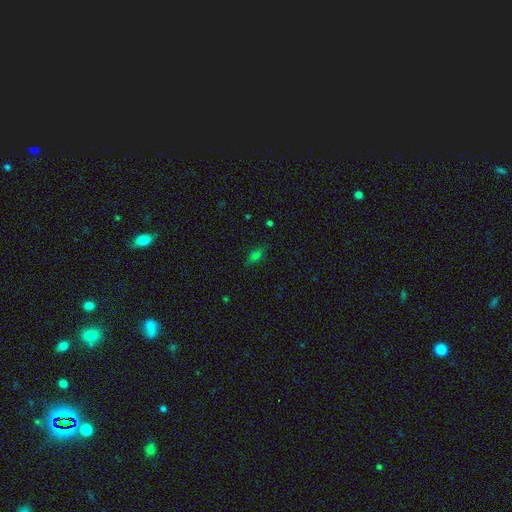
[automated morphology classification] Smooth or featured? Predicted: smooth (p=0.61). How rounded? Predicted: in between (p=0.76). Merging? Predicted: none (p=0.75).